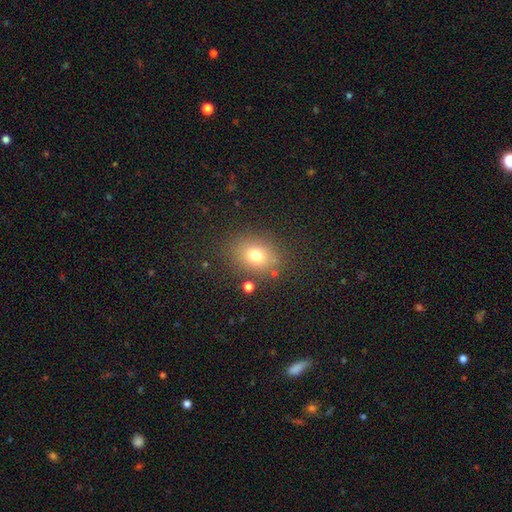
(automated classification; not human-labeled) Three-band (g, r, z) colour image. It shows a smooth galaxy with no disk features (73%) that is round (50%). Merging: none (81%).